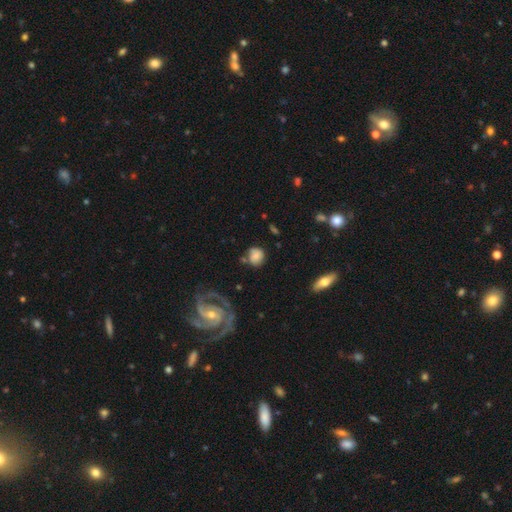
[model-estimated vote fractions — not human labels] This is likely a smooth galaxy (63%). How rounded: likely round (77%). Merging: likely none (64%).